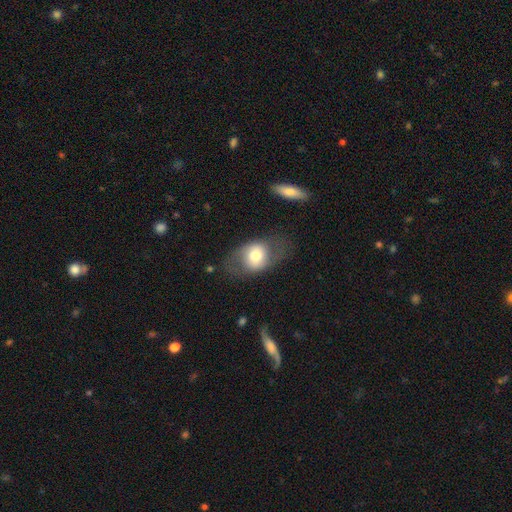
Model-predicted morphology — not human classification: A smooth galaxy with no disk features (59%) that is in between round and cigar-shaped (69%). Merging: none (66%).